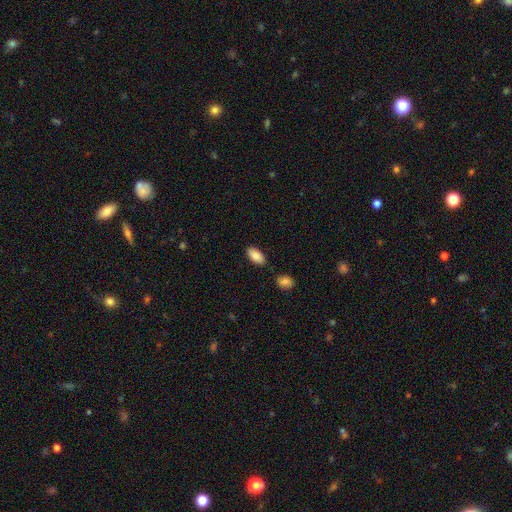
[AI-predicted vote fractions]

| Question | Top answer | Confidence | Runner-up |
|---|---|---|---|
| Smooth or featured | smooth | 87% | star or artifact (7%) |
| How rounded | in between | 92% | cigar-shaped (5%) |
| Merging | none | 82% | minor disturbance (11%) |